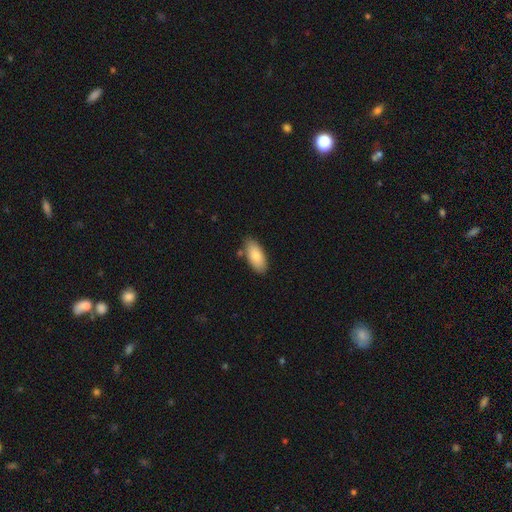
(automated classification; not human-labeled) This is clearly a smooth galaxy (84%). How rounded: clearly in between (90%). Merging: likely none (80%).